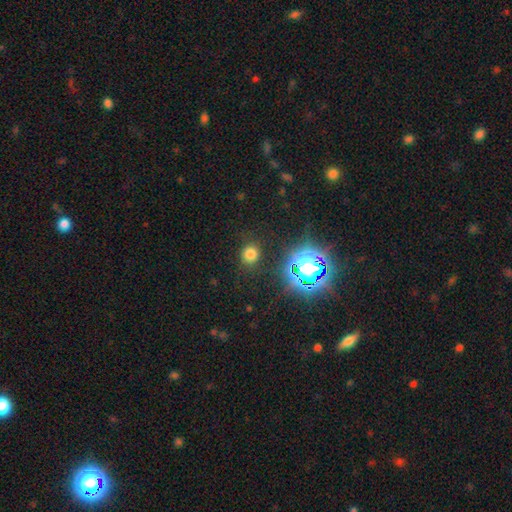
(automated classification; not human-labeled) Smooth or featured? Predicted: star or artifact (p=0.72).